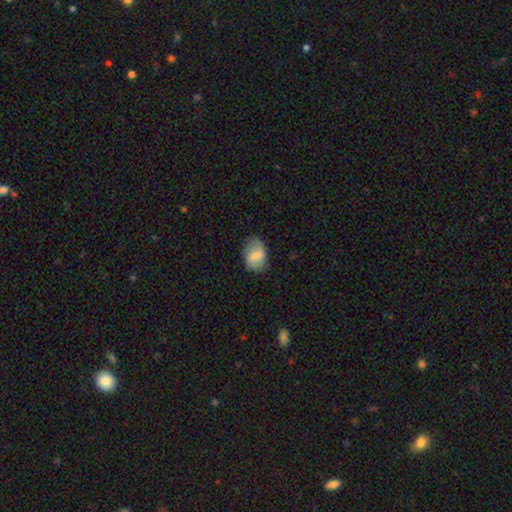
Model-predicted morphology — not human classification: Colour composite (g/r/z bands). It shows a smooth galaxy with no disk features (72%) that is in between round and cigar-shaped (80%). Merging: none (71%).